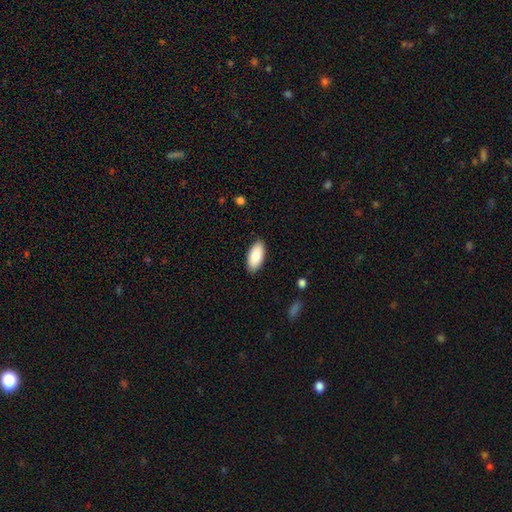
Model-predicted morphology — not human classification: This appears to be a smooth galaxy with no disk features (87%) that is in between round and cigar-shaped (91%). Merging: none (89%).